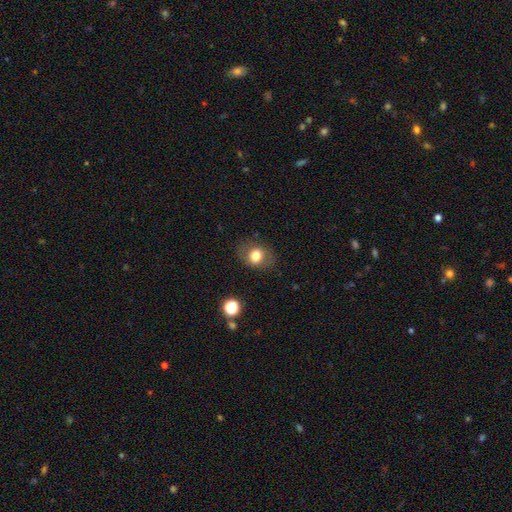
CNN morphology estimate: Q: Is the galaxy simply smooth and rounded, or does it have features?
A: smooth — 74%.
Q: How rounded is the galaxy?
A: in between — 52%.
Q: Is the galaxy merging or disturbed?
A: none — 80%.